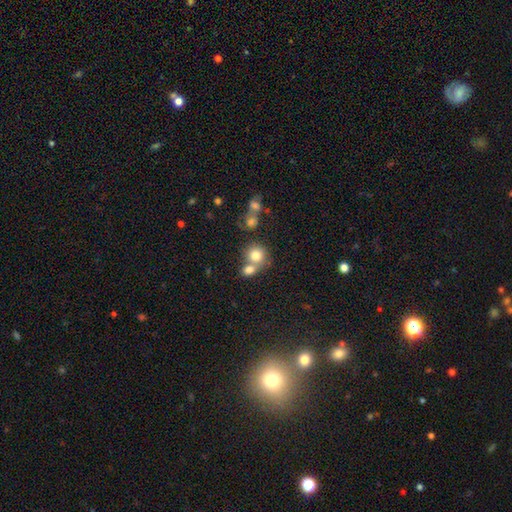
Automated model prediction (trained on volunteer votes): A smooth galaxy with no disk features (77%) that is round (82%).

Vote fractions:
- Smooth or featured? smooth: 77% / featured or disk: 12% / star or artifact: 11%
- How rounded? round: 82% / in between: 17% / cigar-shaped: 1%
- Merging? merger: 46% / none: 44% / minor disturbance: 7% / major disturbance: 3%